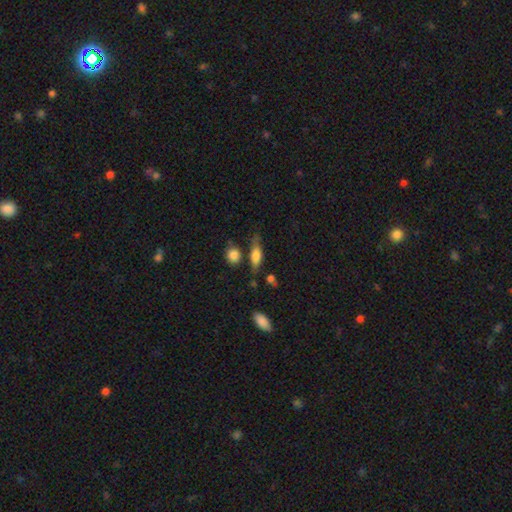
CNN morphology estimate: Smooth or featured: smooth — 59% (featured or disk — 32%)
How rounded: in between — 49% (cigar-shaped — 44%)
Merging: none — 67% (minor disturbance — 20%)